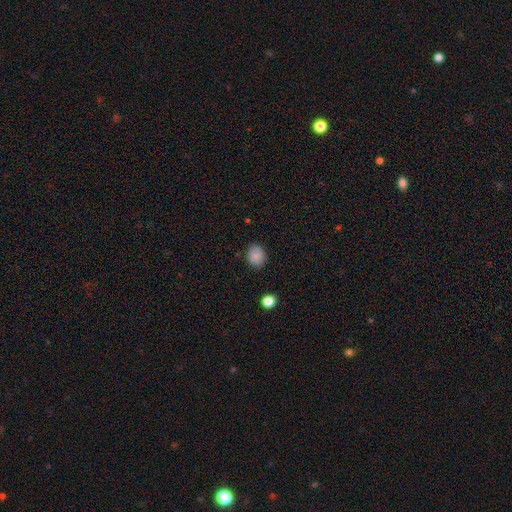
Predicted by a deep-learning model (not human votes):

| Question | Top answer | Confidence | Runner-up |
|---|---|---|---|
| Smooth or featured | smooth | 86% | star or artifact (10%) |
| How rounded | round | 53% | in between (46%) |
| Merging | none | 83% | minor disturbance (13%) |